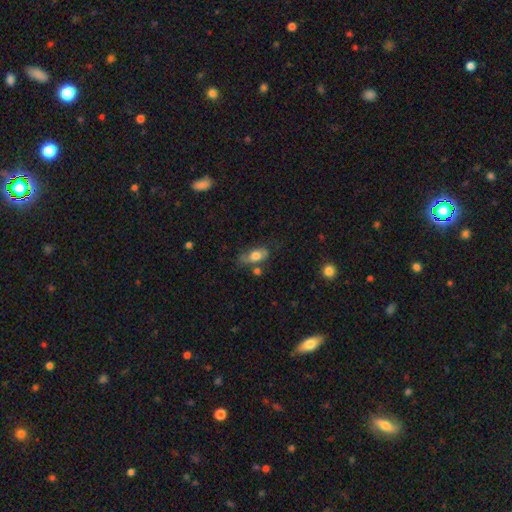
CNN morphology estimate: Smooth or featured? smooth (68%)
How rounded? in between (82%)
Merging? none (49%)